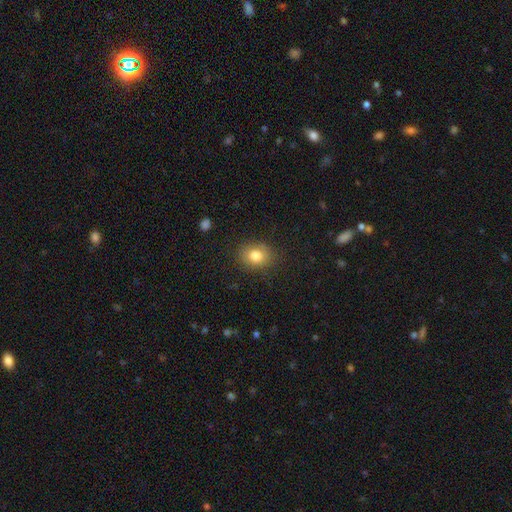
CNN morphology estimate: Q: Smooth or featured?
A: smooth (81%); runner-up: star or artifact (11%)
Q: How rounded?
A: in between (51%); runner-up: round (48%)
Q: Merging?
A: none (85%); runner-up: minor disturbance (11%)